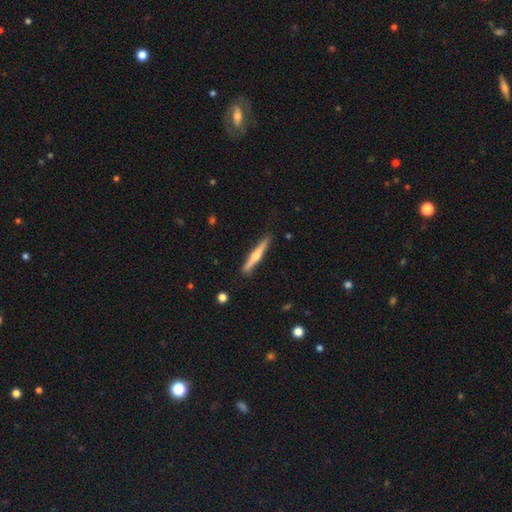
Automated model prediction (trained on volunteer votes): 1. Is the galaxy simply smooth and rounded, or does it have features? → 58% featured or disk, 37% smooth, 5% star or artifact.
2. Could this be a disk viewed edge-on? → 97% yes, 3% no.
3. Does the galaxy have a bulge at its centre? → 85% rounded, 10% none, 5% boxy.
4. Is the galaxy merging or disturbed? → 89% none, 8% minor disturbance, 2% major disturbance, 1% merger.